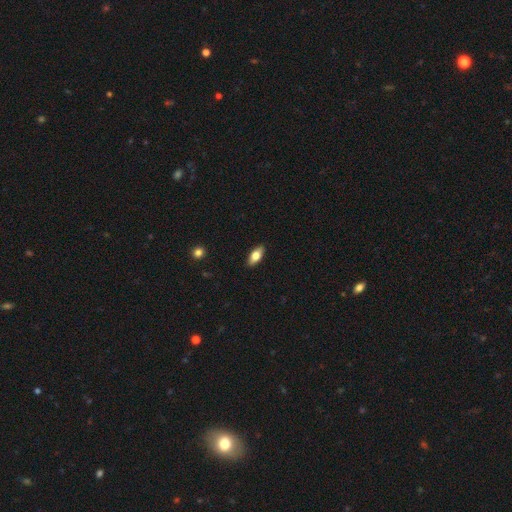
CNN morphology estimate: Smooth or featured: smooth — 73% (featured or disk — 21%)
How rounded: in between — 85% (cigar-shaped — 12%)
Merging: none — 89% (minor disturbance — 8%)